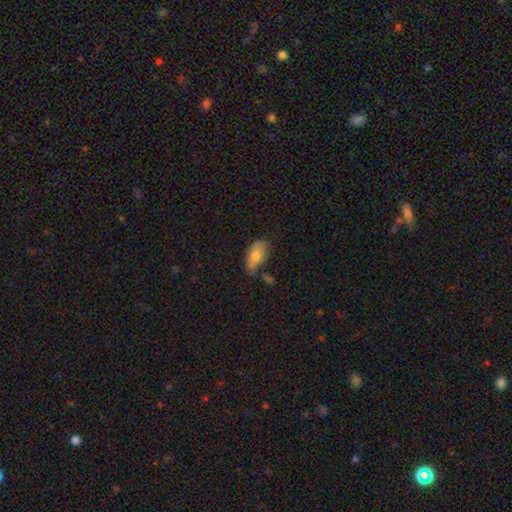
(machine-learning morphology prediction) Smooth or featured: smooth — 74% (featured or disk — 18%)
How rounded: in between — 91% (cigar-shaped — 5%)
Merging: none — 56% (minor disturbance — 27%)